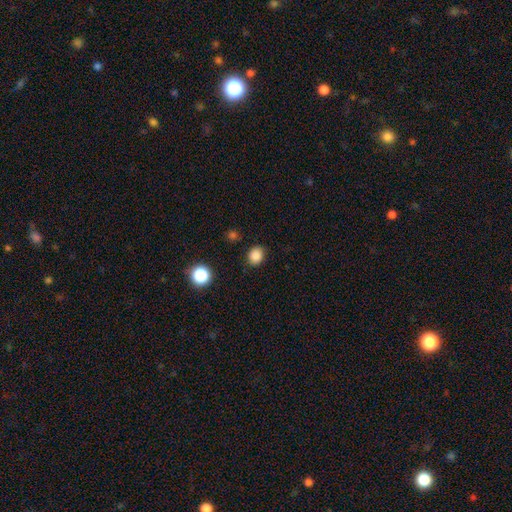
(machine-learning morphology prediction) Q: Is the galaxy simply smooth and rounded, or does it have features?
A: smooth — 85%.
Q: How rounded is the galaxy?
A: round — 61%.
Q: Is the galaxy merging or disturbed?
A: none — 85%.